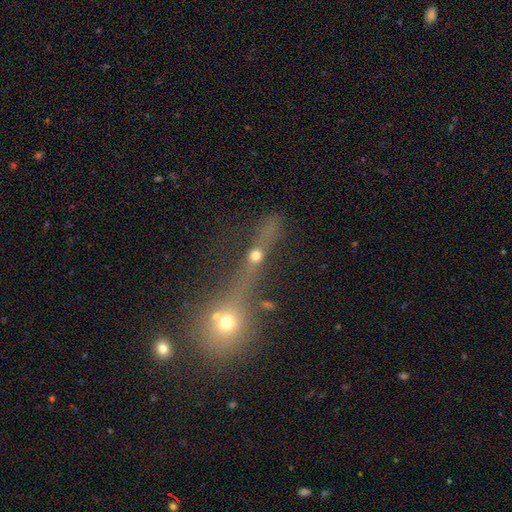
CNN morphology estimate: Smooth or featured? Predicted: smooth (p=0.44). Merging? Predicted: merger (p=0.47).